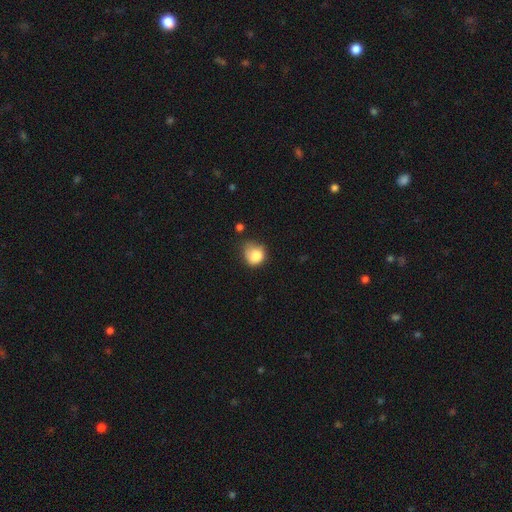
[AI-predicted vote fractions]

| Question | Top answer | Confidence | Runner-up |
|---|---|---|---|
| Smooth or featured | smooth | 82% | star or artifact (9%) |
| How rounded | round | 68% | in between (31%) |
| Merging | minor disturbance | 40% | none (39%) |